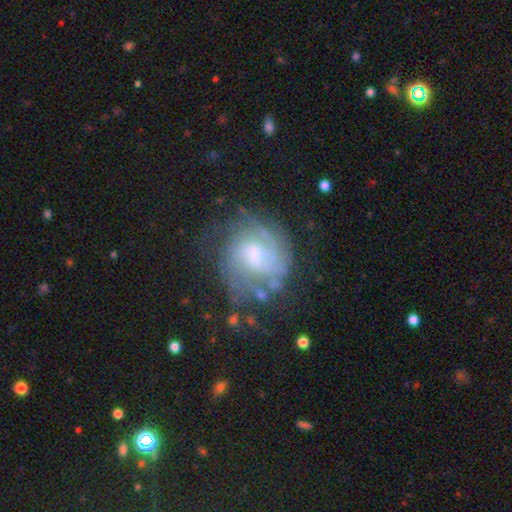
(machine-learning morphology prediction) The model was most divided on "bar": no: 47%, weak: 43%, strong: 10%. Remaining: edge-on disk — no (98%); spiral arms — yes (86%); smooth or featured — featured or disk (73%); merging — none (57%); spiral winding — tight (49%); spiral arm count — can't tell (39%); bulge size — moderate (37%).